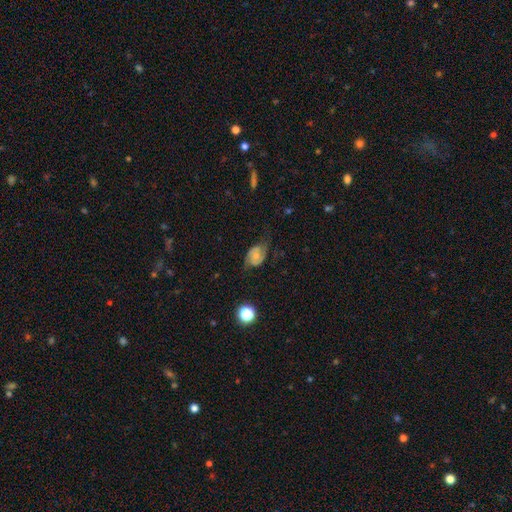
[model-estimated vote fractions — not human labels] smooth-or-featured: featured or disk: 68% | smooth: 23% | star or artifact: 9%
  disk-edge-on: no: 97% | yes: 3%
    bar: no: 63% | weak: 31% | strong: 7%
    has-spiral-arms: yes: 90% | no: 10%
      spiral-winding: medium: 45% | loose: 28% | tight: 27%
      spiral-arm-count: 2: 87% | can't tell: 7% | 1: 3% | 3: 1% | 4: 1% | more than 4: 1%
    bulge-size: small: 49% | moderate: 41% | none: 6% | large: 3% | dominant: 1%
  merging: none: 60% | minor disturbance: 25% | major disturbance: 14% | merger: 2%